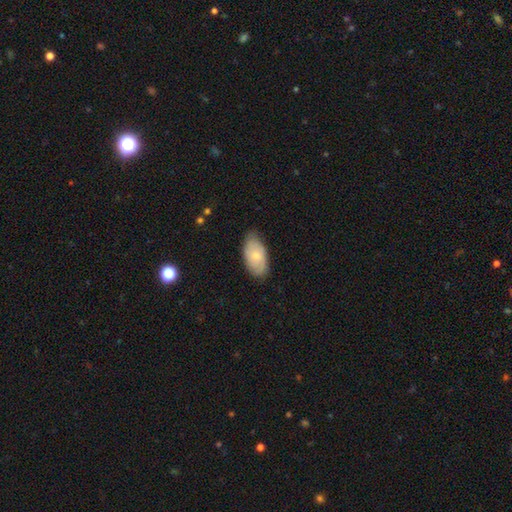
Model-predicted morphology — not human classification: smooth 64%, featured or disk 30%, star or artifact 6%. Down the decision tree: how rounded — in between (94%); merging — none (71%).